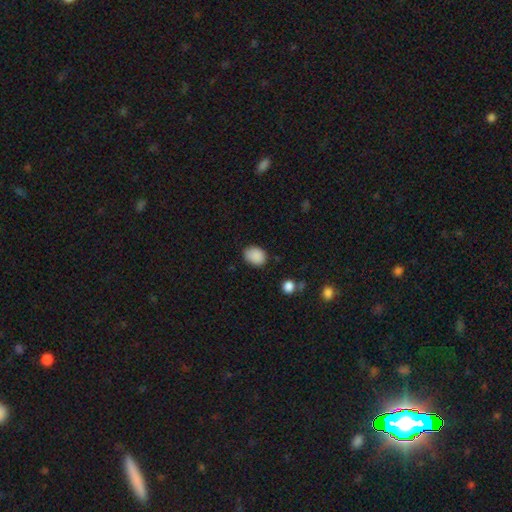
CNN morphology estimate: The model was most divided on "how rounded": in between: 63%, round: 36%, cigar-shaped: 1%. More confident: smooth or featured — smooth (88%); merging — none (79%).